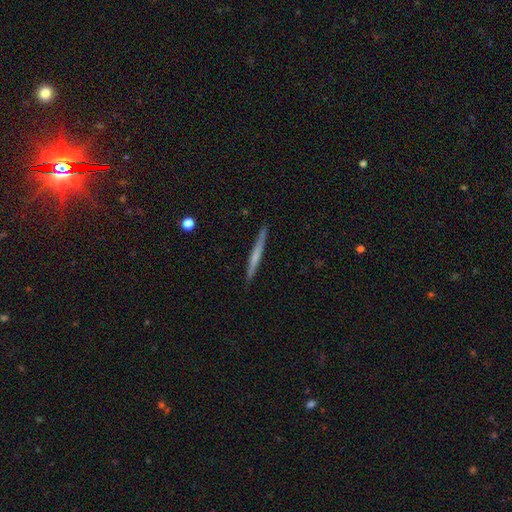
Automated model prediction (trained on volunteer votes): A featured or disk galaxy (48%). Merging: none (90%).